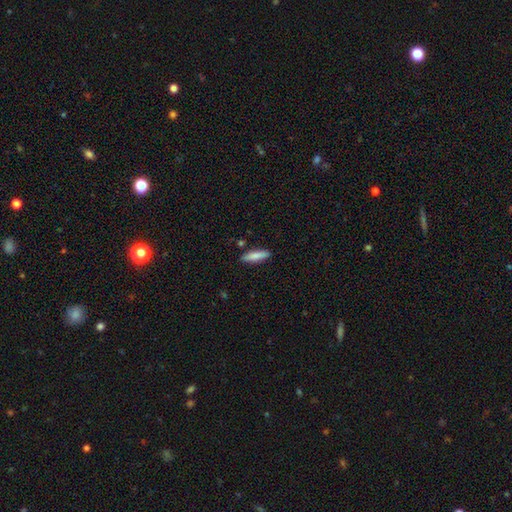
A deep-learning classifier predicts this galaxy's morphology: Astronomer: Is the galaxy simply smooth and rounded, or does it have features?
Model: smooth — 80%.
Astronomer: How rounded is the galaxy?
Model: cigar-shaped — 67%.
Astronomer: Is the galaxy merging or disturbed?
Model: none — 87%.